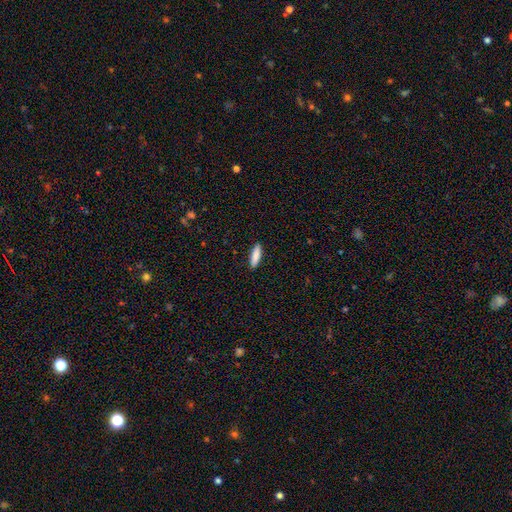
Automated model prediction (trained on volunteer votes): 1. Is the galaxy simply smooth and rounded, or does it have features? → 88% smooth, 7% featured or disk, 6% star or artifact.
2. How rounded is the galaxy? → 65% cigar-shaped, 33% in between, 2% round.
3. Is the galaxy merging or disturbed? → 91% none, 7% minor disturbance, 2% major disturbance, 1% merger.